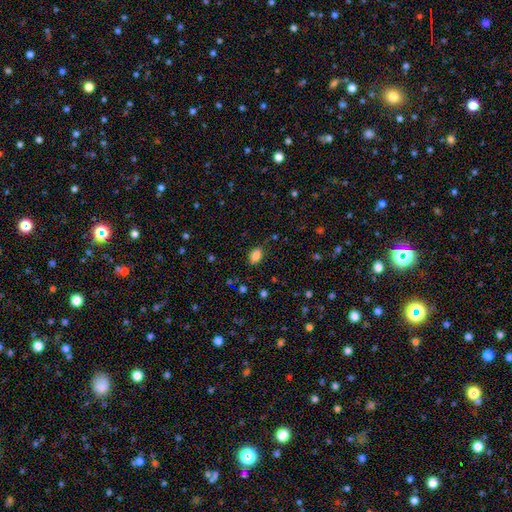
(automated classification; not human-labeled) smooth 85%, star or artifact 10%, featured or disk 5%. Down the decision tree: how rounded — in between (88%); merging — none (82%).